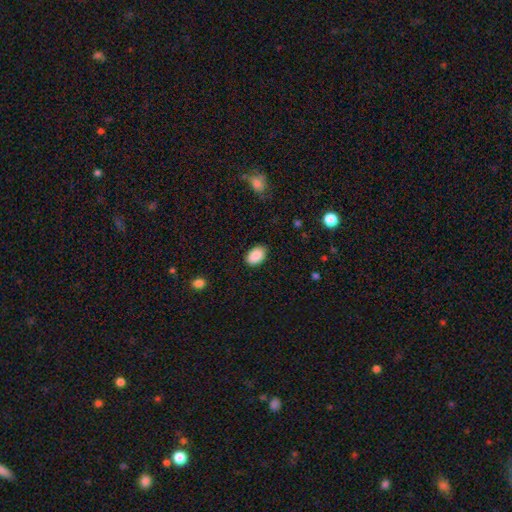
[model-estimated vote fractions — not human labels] Smooth or featured: smooth — 89% (star or artifact — 7%)
How rounded: in between — 89% (round — 10%)
Merging: none — 87% (minor disturbance — 9%)